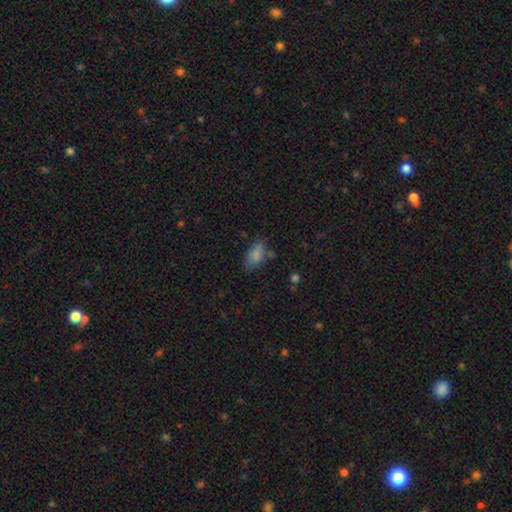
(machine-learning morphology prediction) Smooth or featured: smooth — 83% (star or artifact — 9%)
How rounded: in between — 90% (cigar-shaped — 7%)
Merging: none — 68% (minor disturbance — 20%)